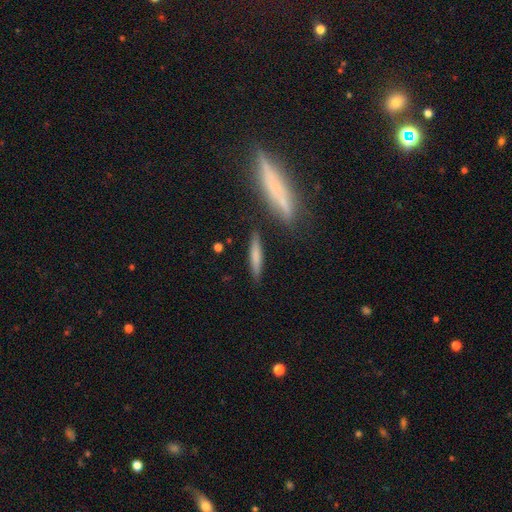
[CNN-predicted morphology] smooth 68%, featured or disk 26%, star or artifact 6%. Down the decision tree: how rounded — cigar-shaped (90%); merging — none (83%).